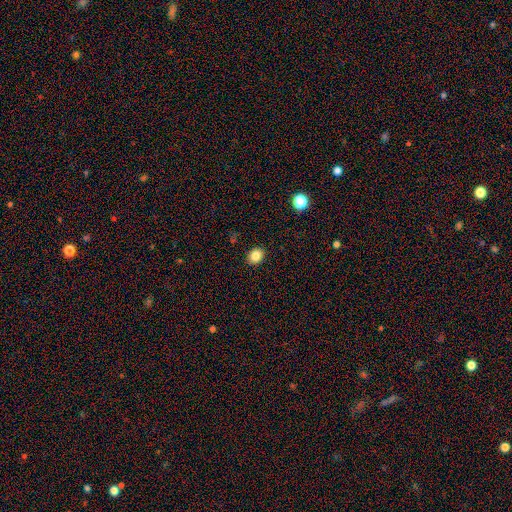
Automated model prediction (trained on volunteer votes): smooth_or_featured: smooth (p=0.84) [alt: star or artifact p=0.10]
how_rounded: in between (p=0.50) [alt: round p=0.49]
merging: none (p=0.91) [alt: minor disturbance p=0.06]